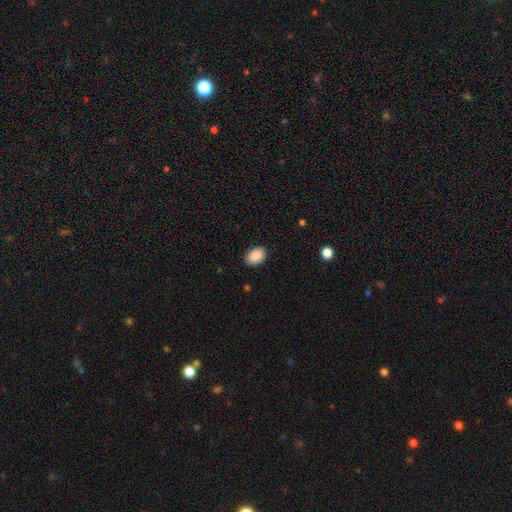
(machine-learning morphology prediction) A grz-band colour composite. It shows a smooth galaxy with no disk features (90%) that is in between round and cigar-shaped (82%). Merging: none (87%).